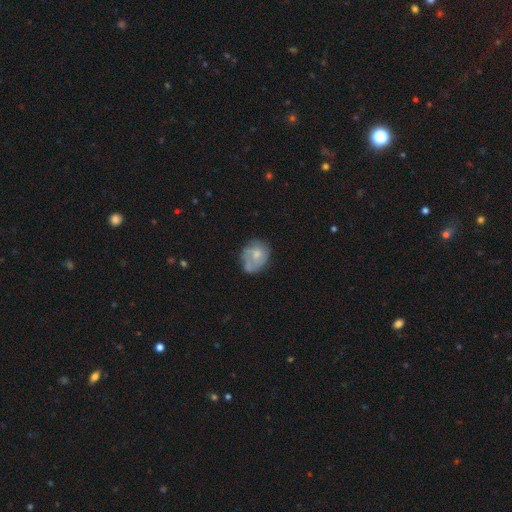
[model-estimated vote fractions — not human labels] This appears to be a smooth galaxy with no disk features (49%). Merging: none (48%).